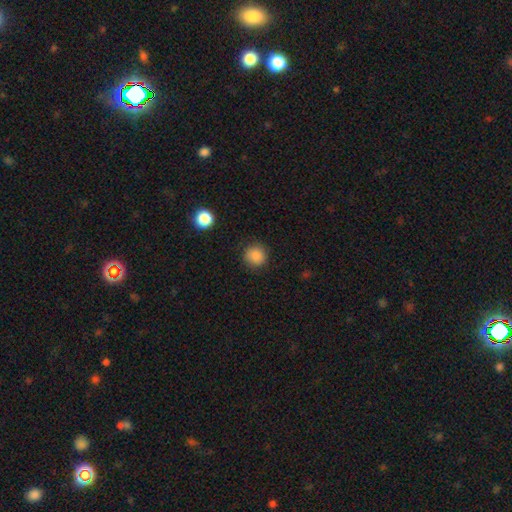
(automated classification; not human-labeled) Smooth or featured?
  - smooth: 86% *
  - star or artifact: 10%
  - featured or disk: 3%
How rounded?
  - round: 93% *
  - in between: 6%
  - cigar-shaped: 1%
Merging?
  - none: 88% *
  - minor disturbance: 8%
  - major disturbance: 3%
  - merger: 1%